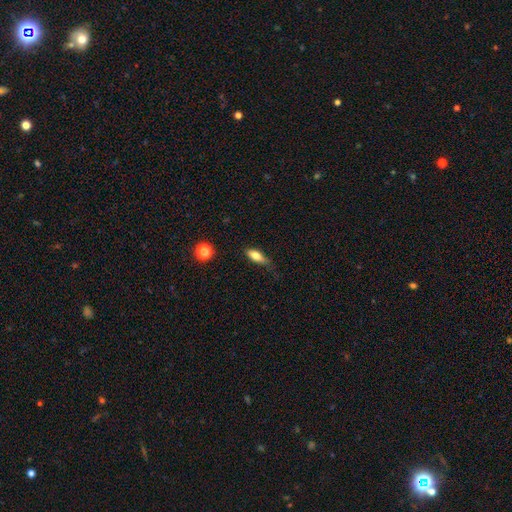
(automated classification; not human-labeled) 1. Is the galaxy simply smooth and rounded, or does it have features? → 73% smooth, 19% featured or disk, 8% star or artifact.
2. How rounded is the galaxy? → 68% in between, 28% cigar-shaped, 4% round.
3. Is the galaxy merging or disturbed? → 65% none, 27% minor disturbance, 7% major disturbance, 2% merger.